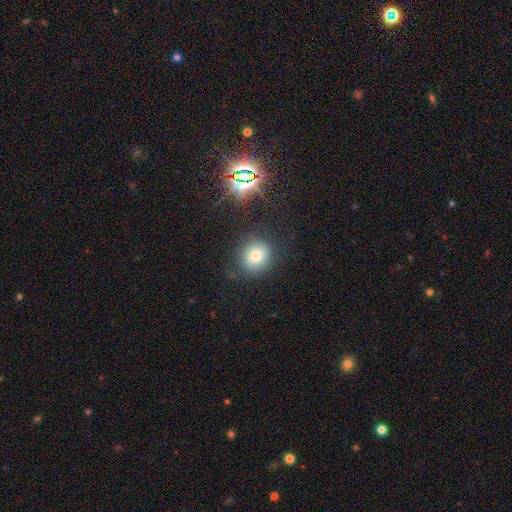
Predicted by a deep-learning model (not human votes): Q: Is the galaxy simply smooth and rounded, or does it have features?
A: smooth — 71%.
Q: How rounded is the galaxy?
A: round — 74%.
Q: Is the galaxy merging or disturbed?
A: none — 80%.